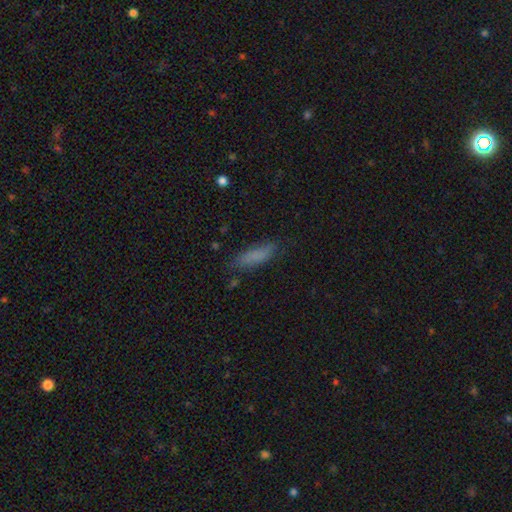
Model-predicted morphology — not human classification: Smooth or featured? smooth (79%)
How rounded? cigar-shaped (55%)
Merging? none (72%)